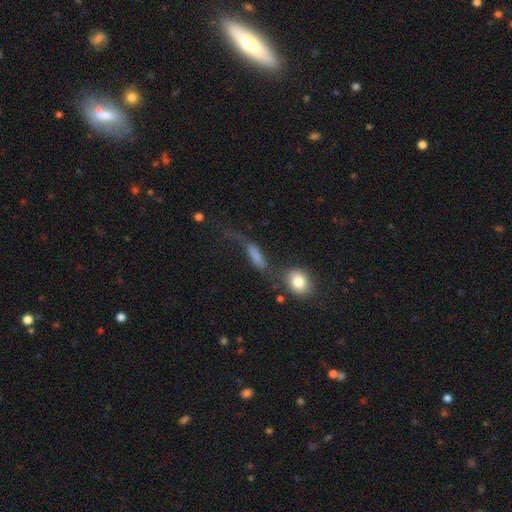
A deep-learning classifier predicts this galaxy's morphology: Smooth or featured?
  - smooth: 62% *
  - featured or disk: 25%
  - star or artifact: 13%
How rounded?
  - cigar-shaped: 45% *
  - in between: 44%
  - round: 11%
Merging?
  - major disturbance: 34% *
  - none: 29%
  - merger: 19%
  - minor disturbance: 18%